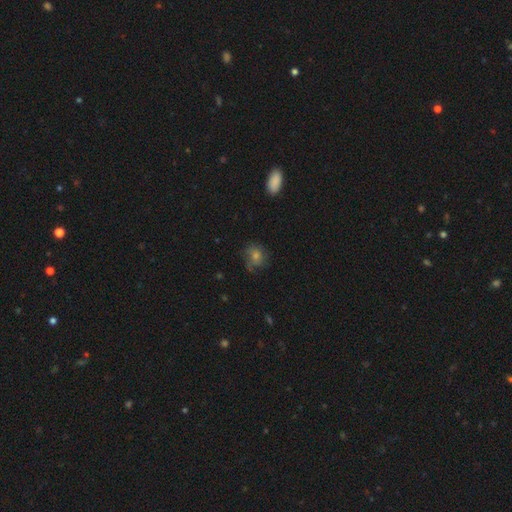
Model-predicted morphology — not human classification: The model was most divided on "smooth or featured": smooth: 51%, featured or disk: 31%, star or artifact: 19%. More confident: how rounded — round (72%); merging — none (68%).